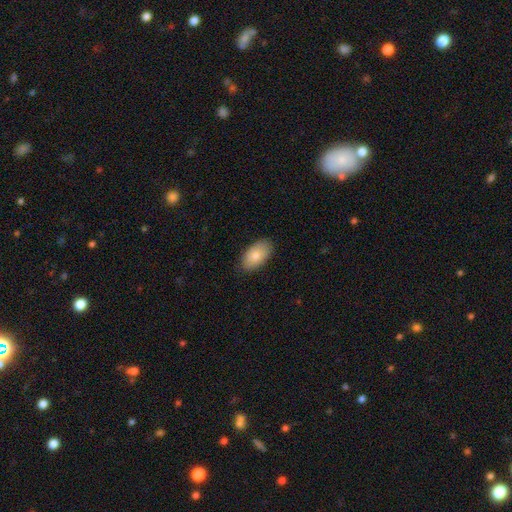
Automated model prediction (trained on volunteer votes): Q: Smooth or featured?
A: smooth (79%); runner-up: featured or disk (14%)
Q: How rounded?
A: in between (94%); runner-up: round (4%)
Q: Merging?
A: none (85%); runner-up: minor disturbance (12%)